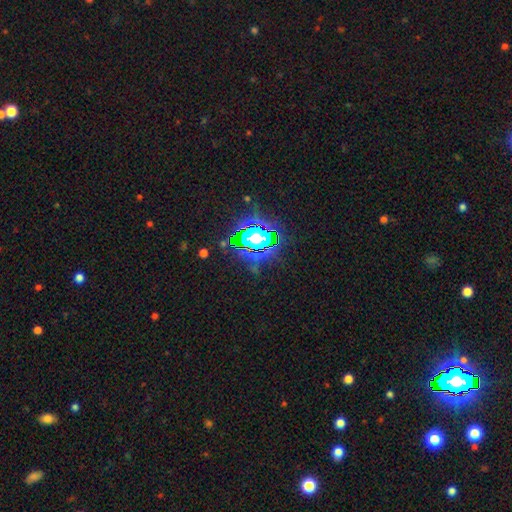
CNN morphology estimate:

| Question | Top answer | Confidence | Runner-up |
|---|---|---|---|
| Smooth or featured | star or artifact | 80% | smooth (12%) |